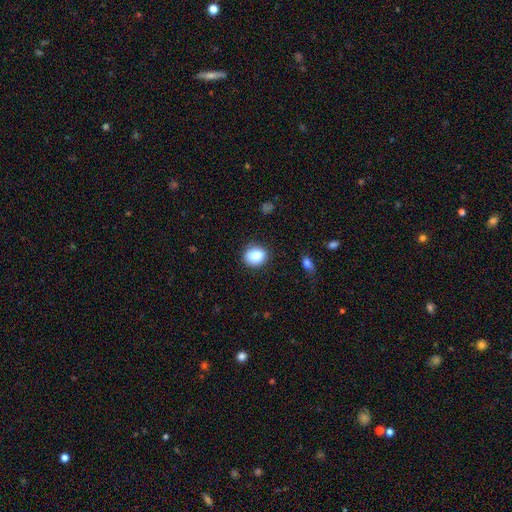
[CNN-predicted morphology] This is clearly a smooth galaxy (86%). How rounded: possibly round (60%). Merging: clearly none (84%).